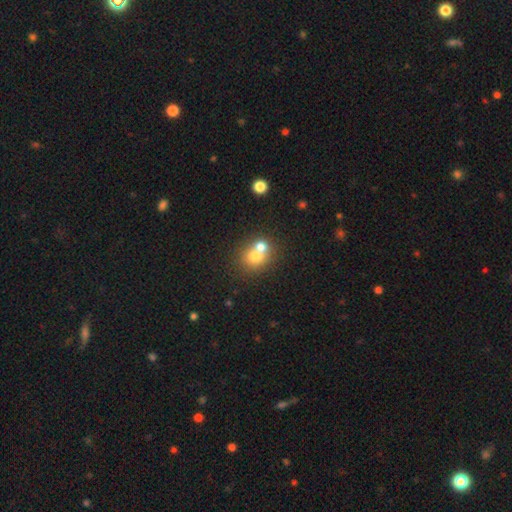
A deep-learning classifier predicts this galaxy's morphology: This appears to be a smooth galaxy with no disk features (71%) that is round (76%). Merging: merger (54%).